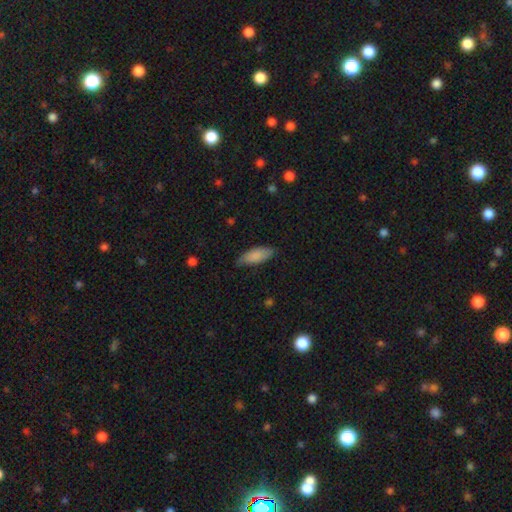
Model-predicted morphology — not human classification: smooth_or_featured: smooth (p=0.84) [alt: featured or disk p=0.10]
how_rounded: in between (p=0.80) [alt: cigar-shaped p=0.18]
merging: none (p=0.70) [alt: minor disturbance p=0.25]